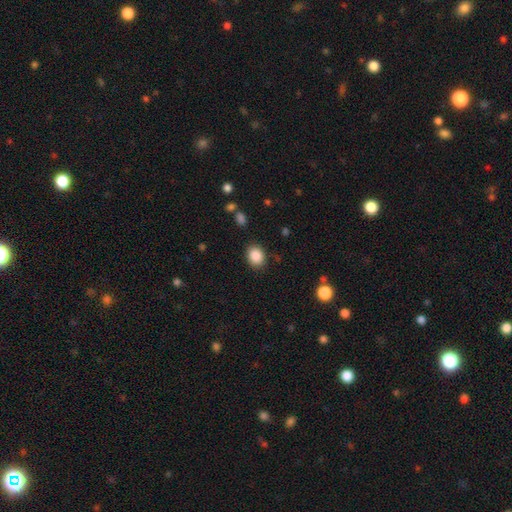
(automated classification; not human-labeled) This is clearly a smooth galaxy (87%). How rounded: possibly in between (56%). Merging: clearly none (86%).